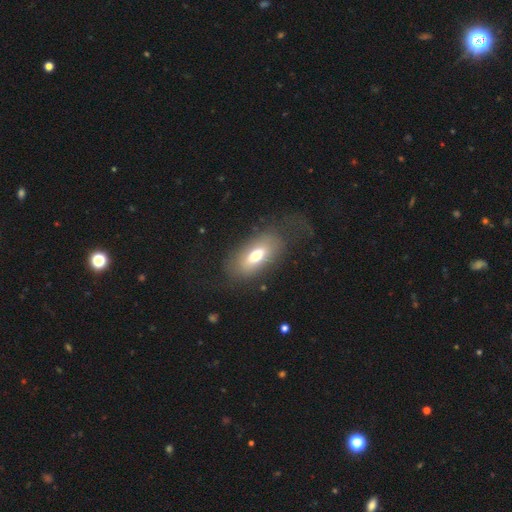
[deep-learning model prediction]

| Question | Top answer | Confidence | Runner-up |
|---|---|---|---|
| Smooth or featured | smooth | 64% | featured or disk (28%) |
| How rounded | in between | 88% | cigar-shaped (8%) |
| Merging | none | 64% | minor disturbance (17%) |